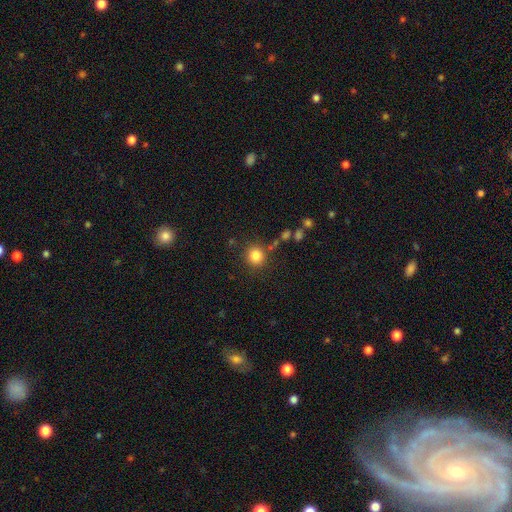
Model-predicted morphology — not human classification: Overall: smooth (83%). How rounded: round (91%). Merging: none (83%).